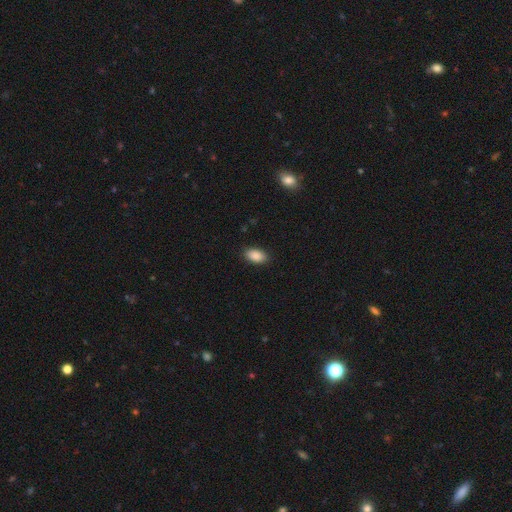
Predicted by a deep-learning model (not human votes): A smooth galaxy with no disk features (89%) that is in between round and cigar-shaped (93%). Merging: none (88%).